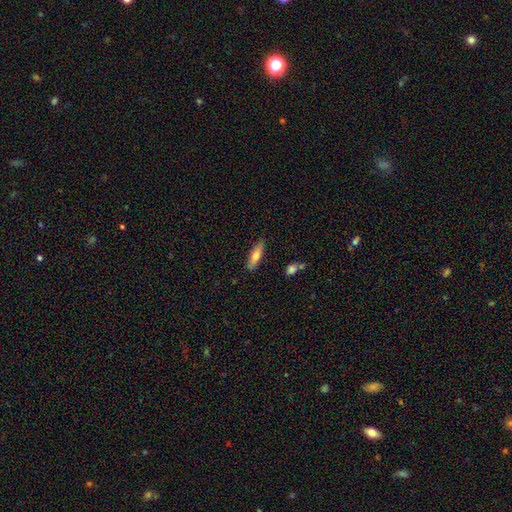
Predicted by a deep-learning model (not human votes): Overall: smooth (69%). How rounded: cigar-shaped (63%; in between 35%). Merging: none (83%).